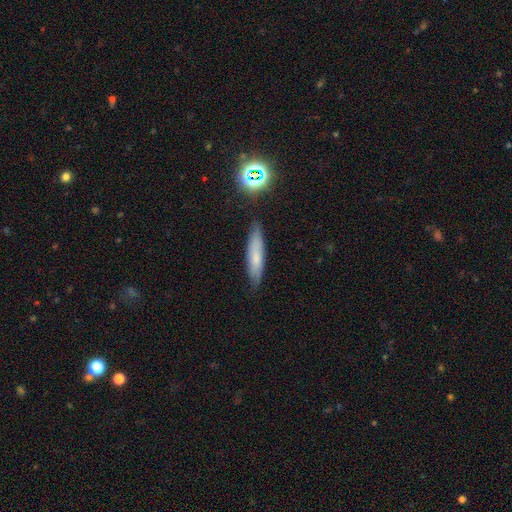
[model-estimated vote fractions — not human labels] Q: Smooth or featured?
A: smooth (67%); runner-up: featured or disk (22%)
Q: How rounded?
A: cigar-shaped (78%); runner-up: in between (20%)
Q: Merging?
A: none (82%); runner-up: minor disturbance (13%)